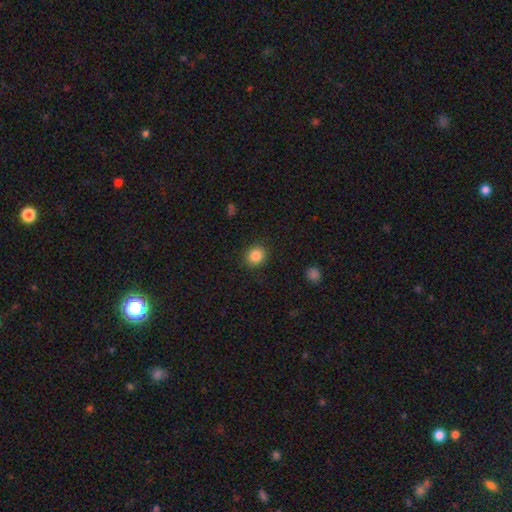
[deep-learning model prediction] This appears to be a smooth galaxy with no disk features (87%) that is round (80%). Merging: none (89%).